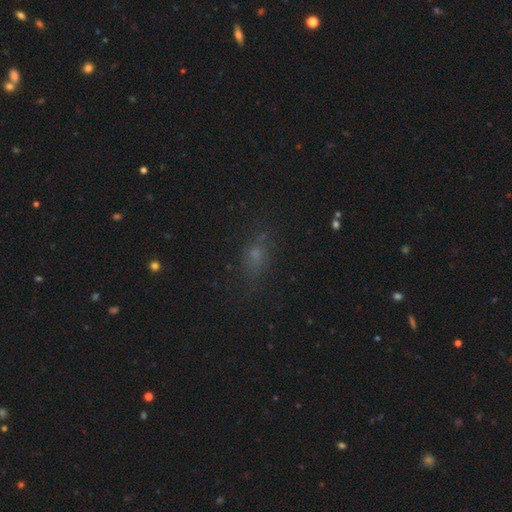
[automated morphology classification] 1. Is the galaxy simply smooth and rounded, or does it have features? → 60% smooth, 26% star or artifact, 14% featured or disk.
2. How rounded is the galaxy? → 65% in between, 28% round, 7% cigar-shaped.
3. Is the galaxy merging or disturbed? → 69% none, 19% minor disturbance, 10% major disturbance, 3% merger.